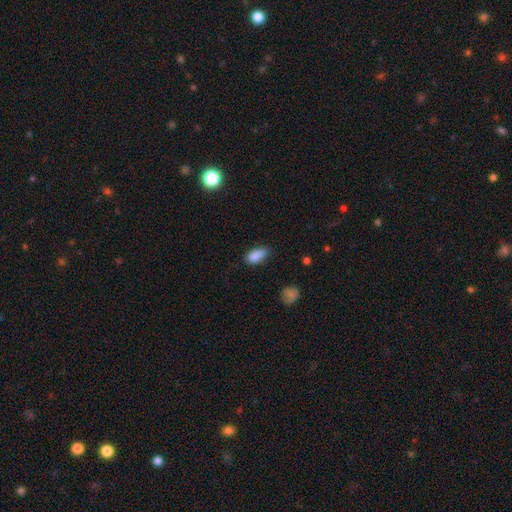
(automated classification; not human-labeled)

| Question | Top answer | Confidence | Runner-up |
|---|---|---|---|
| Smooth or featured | smooth | 88% | star or artifact (8%) |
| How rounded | in between | 89% | cigar-shaped (7%) |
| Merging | none | 68% | minor disturbance (26%) |